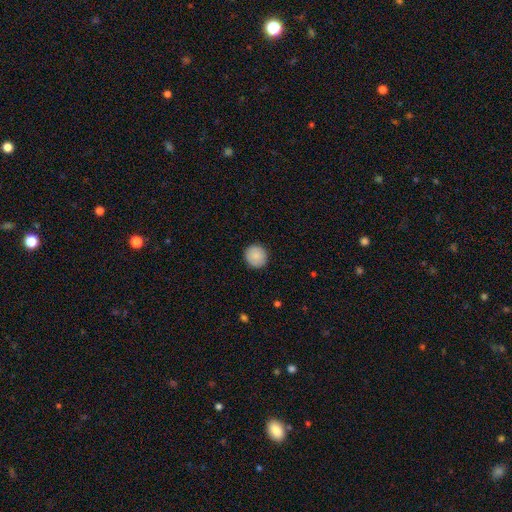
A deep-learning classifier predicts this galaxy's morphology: A smooth galaxy with no disk features (88%) that is round (92%). Merging: none (91%).